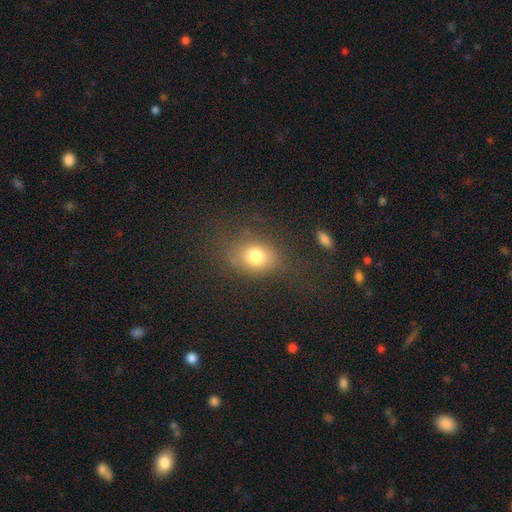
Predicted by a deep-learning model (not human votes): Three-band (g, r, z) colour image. It shows a smooth galaxy with no disk features (77%) that is in between round and cigar-shaped (57%). Merging: none (71%).